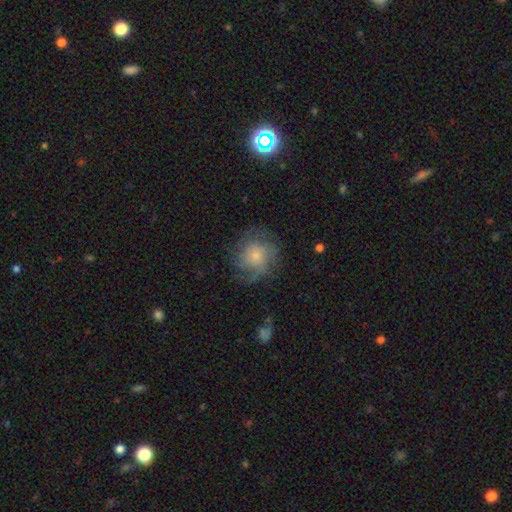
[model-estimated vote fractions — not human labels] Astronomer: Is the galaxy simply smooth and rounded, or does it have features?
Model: featured or disk — 51% (runner-up: smooth, 38%).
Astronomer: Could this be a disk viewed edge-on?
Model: no — 97%.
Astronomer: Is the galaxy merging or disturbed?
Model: none — 65%.